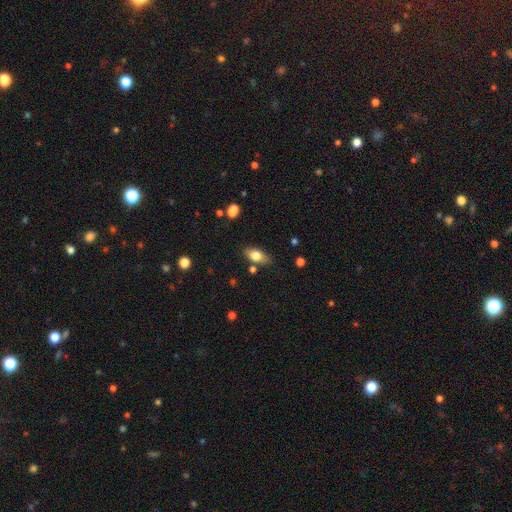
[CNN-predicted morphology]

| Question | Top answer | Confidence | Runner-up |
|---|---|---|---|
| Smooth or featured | smooth | 76% | featured or disk (16%) |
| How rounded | in between | 85% | cigar-shaped (9%) |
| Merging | none | 78% | minor disturbance (15%) |